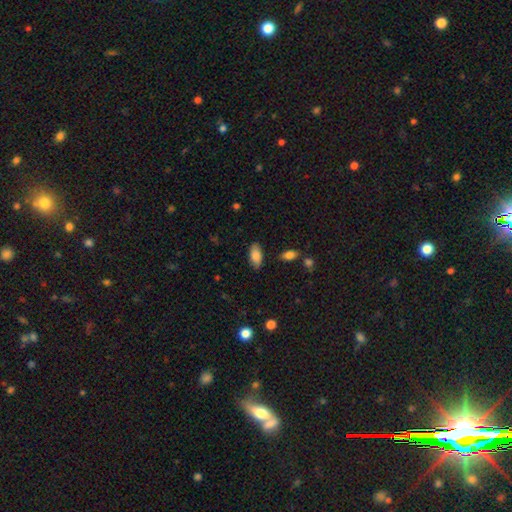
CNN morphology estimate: smooth-or-featured: smooth: 82% | featured or disk: 11% | star or artifact: 7%
  how-rounded: in between: 91% | cigar-shaped: 6% | round: 2%
  merging: none: 85% | minor disturbance: 11% | major disturbance: 2% | merger: 2%